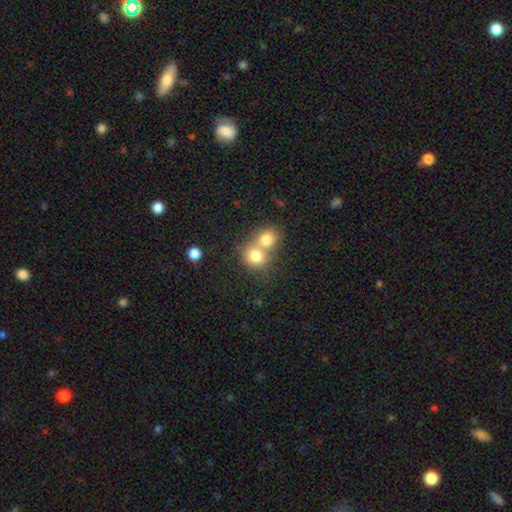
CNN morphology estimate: Smooth or featured: smooth — 76% (featured or disk — 14%)
How rounded: round — 76% (in between — 23%)
Merging: merger — 64% (none — 29%)